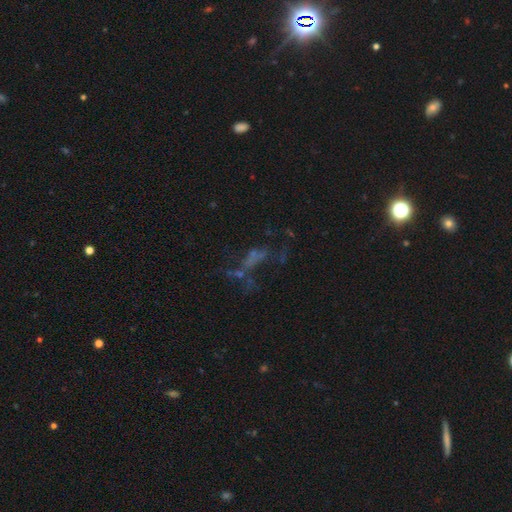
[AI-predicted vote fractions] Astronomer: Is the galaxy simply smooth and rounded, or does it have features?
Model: star or artifact — 45% (runner-up: featured or disk, 34%).